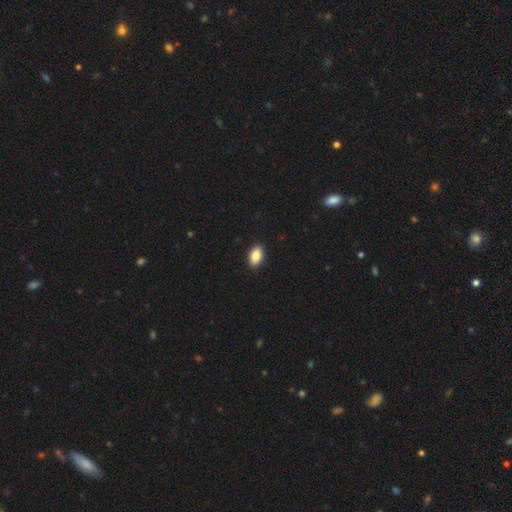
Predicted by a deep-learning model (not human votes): smooth_or_featured: smooth (p=0.86) [alt: star or artifact p=0.07]
how_rounded: in between (p=0.92) [alt: round p=0.06]
merging: none (p=0.91) [alt: minor disturbance p=0.07]